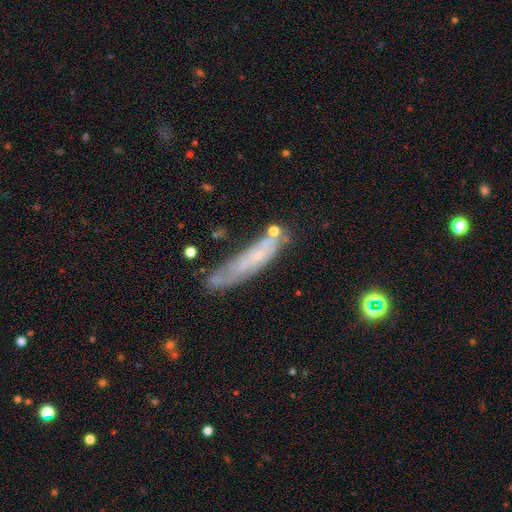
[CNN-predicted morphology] This appears to be a featured or disk galaxy (48%). Merging: none (58%).